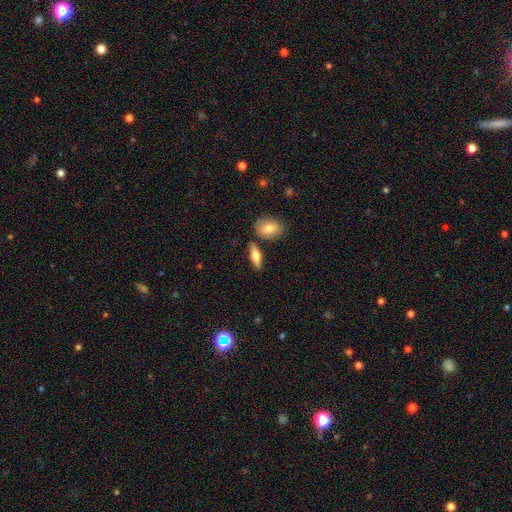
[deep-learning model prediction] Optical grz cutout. It shows a smooth galaxy with no disk features (58%) that is in between round and cigar-shaped (57%). Merging: none (78%).